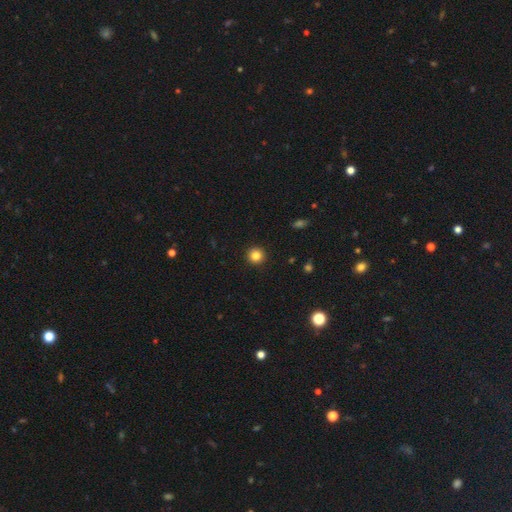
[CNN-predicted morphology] smooth 84%, star or artifact 11%, featured or disk 5%. Down the decision tree: how rounded — round (95%); merging — none (93%).